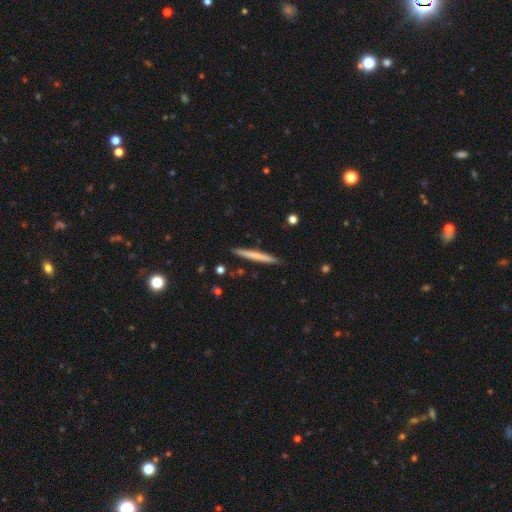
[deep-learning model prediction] Smooth or featured? smooth (64%)
How rounded? cigar-shaped (97%)
Merging? none (91%)